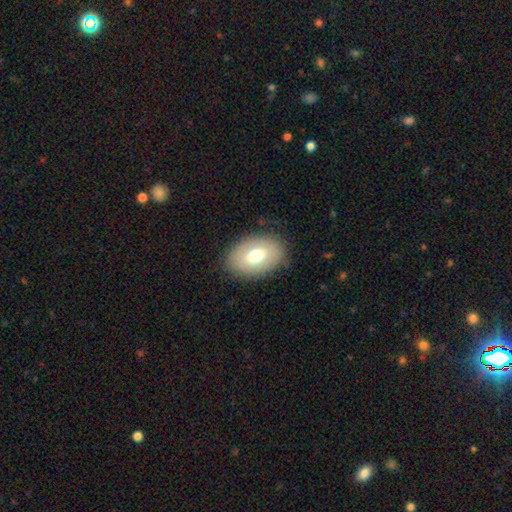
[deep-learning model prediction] Q: Smooth or featured?
A: smooth (66%); runner-up: featured or disk (27%)
Q: How rounded?
A: in between (87%); runner-up: round (12%)
Q: Merging?
A: none (84%); runner-up: minor disturbance (12%)